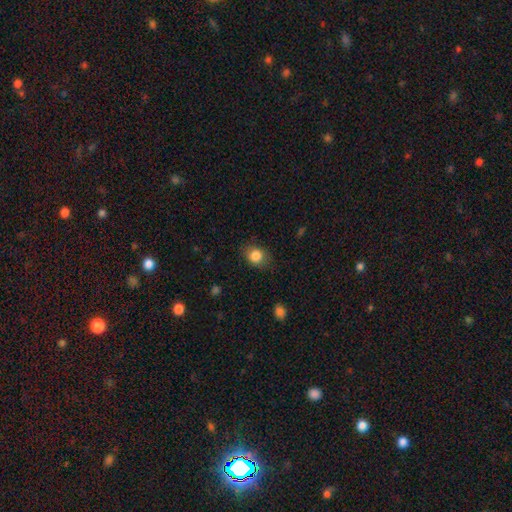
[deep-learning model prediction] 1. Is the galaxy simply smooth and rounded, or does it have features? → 84% smooth, 9% star or artifact, 6% featured or disk.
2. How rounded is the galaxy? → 54% round, 44% in between, 1% cigar-shaped.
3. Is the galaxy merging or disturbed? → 78% none, 16% minor disturbance, 5% major disturbance, 1% merger.